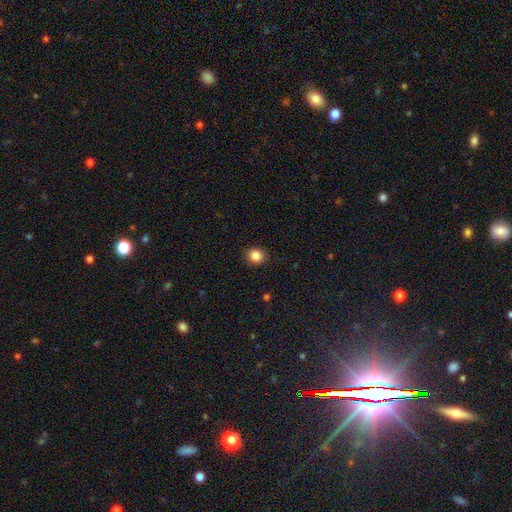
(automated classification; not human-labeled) Q: Smooth or featured?
A: smooth (86%); runner-up: star or artifact (10%)
Q: How rounded?
A: round (82%); runner-up: in between (17%)
Q: Merging?
A: none (90%); runner-up: minor disturbance (7%)